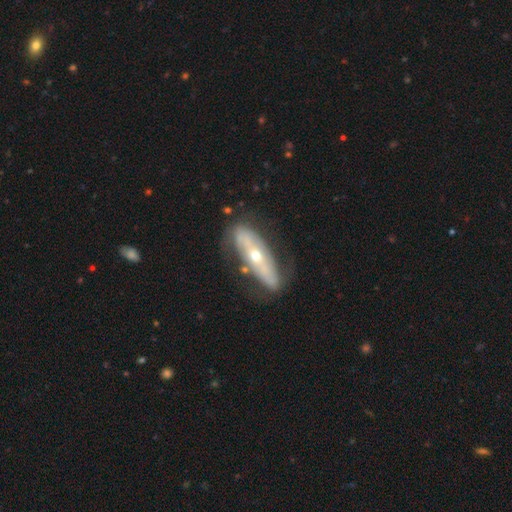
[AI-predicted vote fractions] smooth_or_featured: featured or disk (p=0.68) [alt: smooth p=0.25]
disk_edge_on: no (p=0.64) [alt: yes p=0.36]
merging: none (p=0.66) [alt: minor disturbance p=0.21]